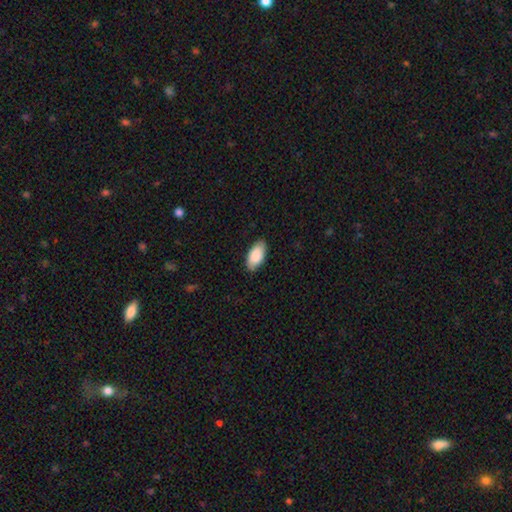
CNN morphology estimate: Smooth or featured?
  - smooth: 86% *
  - featured or disk: 8%
  - star or artifact: 6%
How rounded?
  - in between: 95% *
  - cigar-shaped: 3%
  - round: 2%
Merging?
  - none: 85% *
  - minor disturbance: 12%
  - major disturbance: 2%
  - merger: 1%